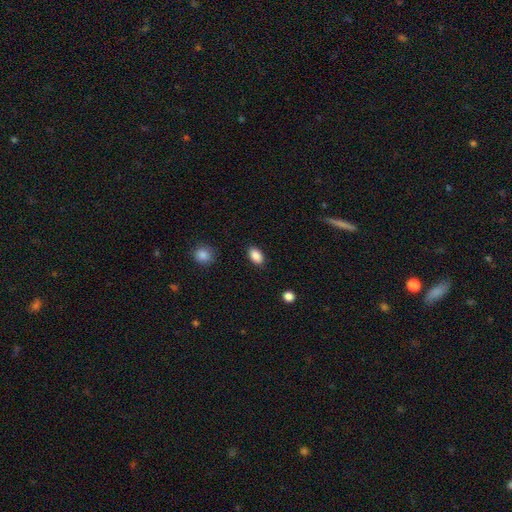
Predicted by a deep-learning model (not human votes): Q: Smooth or featured?
A: smooth (88%); runner-up: star or artifact (8%)
Q: How rounded?
A: in between (90%); runner-up: round (8%)
Q: Merging?
A: none (88%); runner-up: minor disturbance (9%)